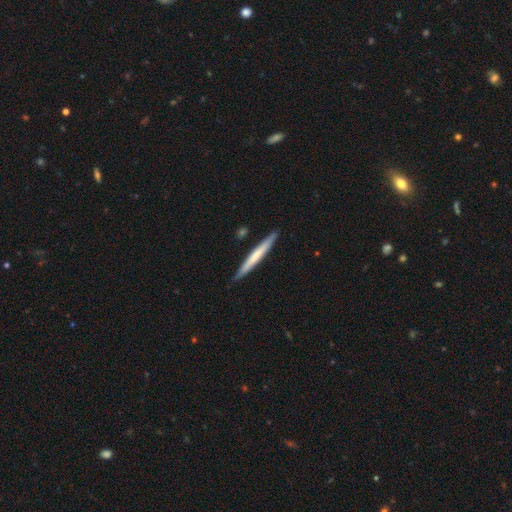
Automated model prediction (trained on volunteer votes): smooth-or-featured: smooth: 55% | featured or disk: 40% | star or artifact: 5%
  how-rounded: cigar-shaped: 97% | in between: 2% | round: 1%
  merging: none: 88% | minor disturbance: 9% | merger: 2% | major disturbance: 1%